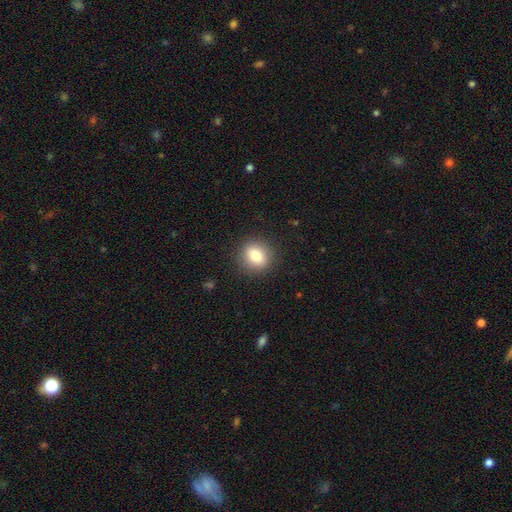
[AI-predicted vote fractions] Smooth or featured: smooth — 82% (star or artifact — 9%)
How rounded: round — 70% (in between — 29%)
Merging: none — 88% (minor disturbance — 8%)